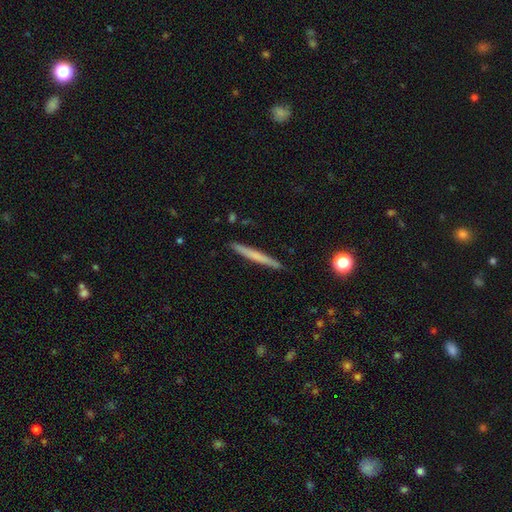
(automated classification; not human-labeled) A smooth galaxy with no disk features (58%) that is cigar-shaped (97%).

Vote fractions:
- Smooth or featured? smooth: 58% / featured or disk: 36% / star or artifact: 6%
- How rounded? cigar-shaped: 97% / in between: 2% / round: 1%
- Merging? none: 91% / minor disturbance: 6% / major disturbance: 1% / merger: 1%